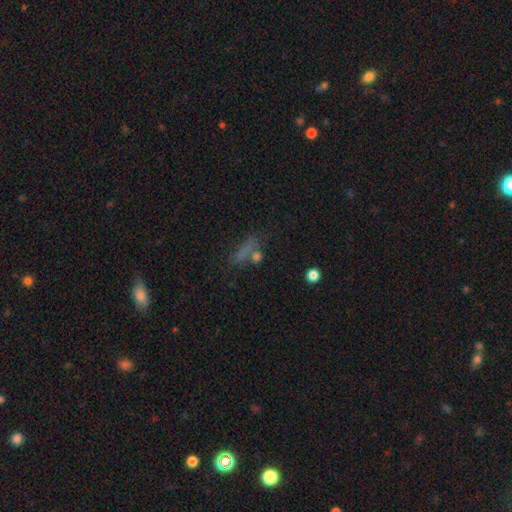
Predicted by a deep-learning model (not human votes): A smooth galaxy with no disk features (60%) that is in between round and cigar-shaped (45%).

Vote fractions:
- Smooth or featured? smooth: 60% / star or artifact: 24% / featured or disk: 16%
- How rounded? in between: 45% / cigar-shaped: 29% / round: 26%
- Merging? none: 54% / merger: 18% / minor disturbance: 16% / major disturbance: 12%